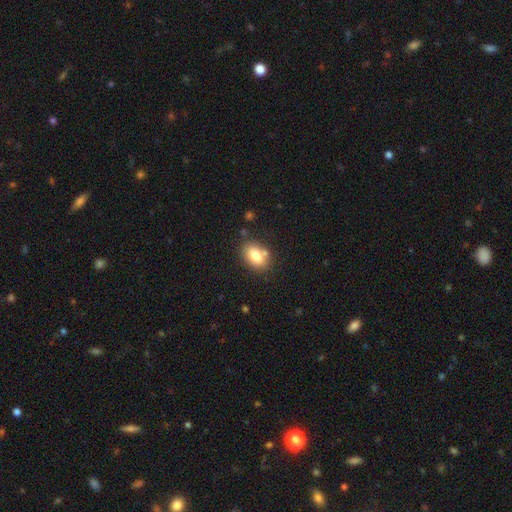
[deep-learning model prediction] smooth-or-featured: smooth: 80% | featured or disk: 11% | star or artifact: 9%
  how-rounded: in between: 82% | round: 16% | cigar-shaped: 2%
  merging: none: 74% | minor disturbance: 13% | merger: 9% | major disturbance: 4%